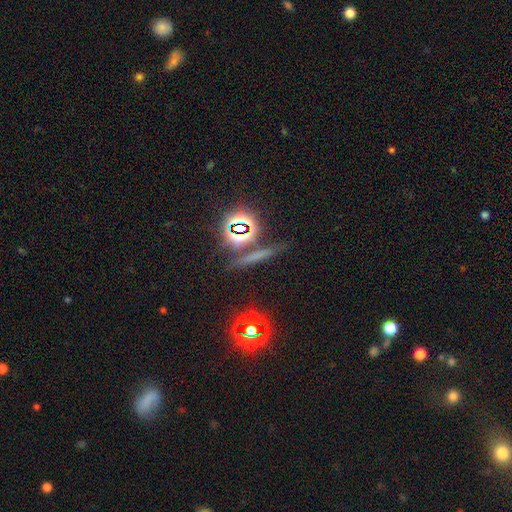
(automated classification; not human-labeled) Morphology: type=star or artifact (46%).